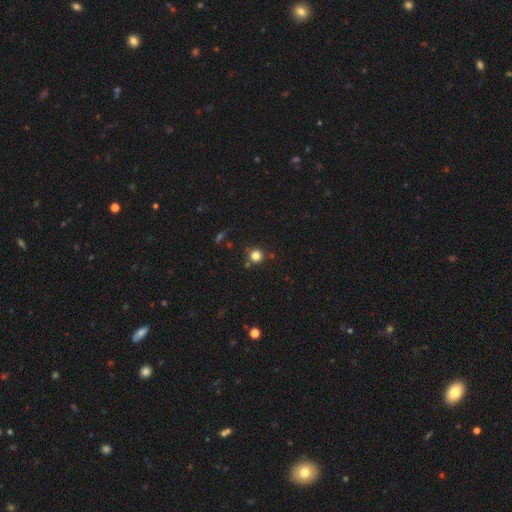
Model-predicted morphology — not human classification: type=smooth (80%); roundness=round (94%); merging=none (83%).